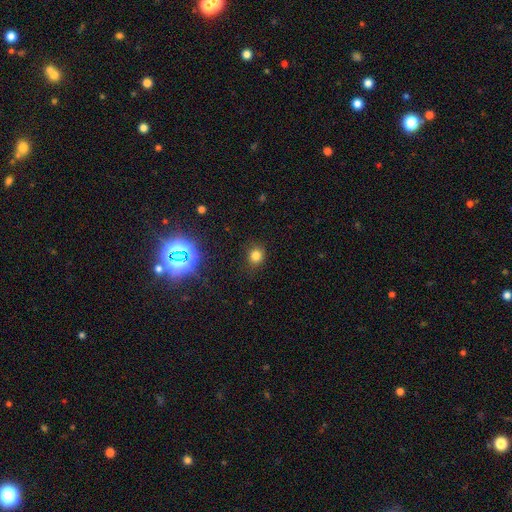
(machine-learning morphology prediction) Smooth or featured? Predicted: smooth (p=0.77). How rounded? Predicted: round (p=0.80). Merging? Predicted: none (p=0.86).